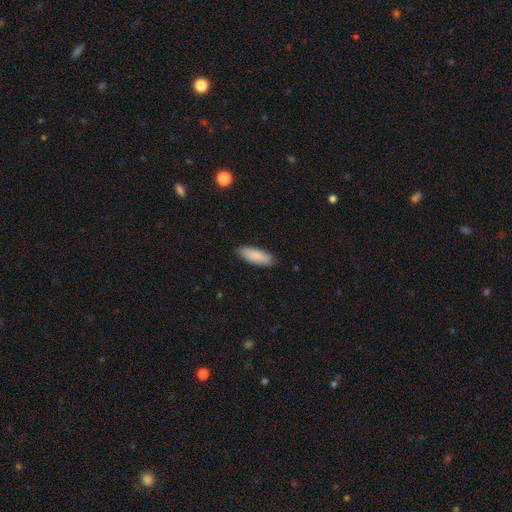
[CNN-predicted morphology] This is clearly a smooth galaxy (88%). How rounded: likely in between (66%). Merging: clearly none (85%).